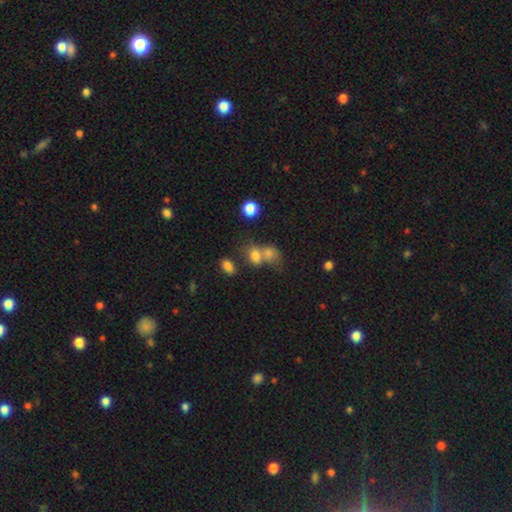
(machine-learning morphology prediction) smooth-or-featured: smooth: 74% | star or artifact: 14% | featured or disk: 12%
  how-rounded: in between: 59% | round: 40% | cigar-shaped: 2%
  merging: merger: 57% | none: 29% | minor disturbance: 9% | major disturbance: 6%